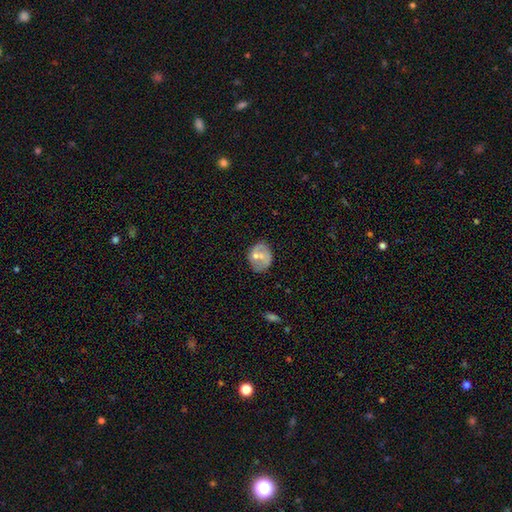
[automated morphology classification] This appears to be a featured or disk galaxy (52%) with no bar (47%), spiral arms (52%) and a moderate central bulge (47%). Merging: none (68%).